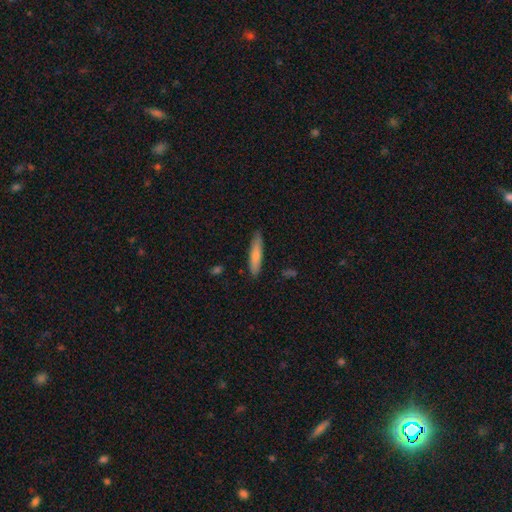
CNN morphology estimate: type=smooth (76%); roundness=cigar-shaped (82%); merging=none (85%).